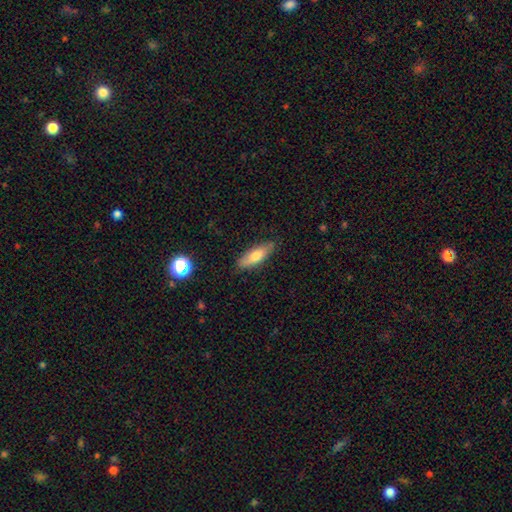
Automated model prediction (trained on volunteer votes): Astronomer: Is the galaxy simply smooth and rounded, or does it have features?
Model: smooth — 71%.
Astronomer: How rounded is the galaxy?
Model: in between — 56% (runner-up: cigar-shaped, 42%).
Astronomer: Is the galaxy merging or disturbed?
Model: none — 85%.